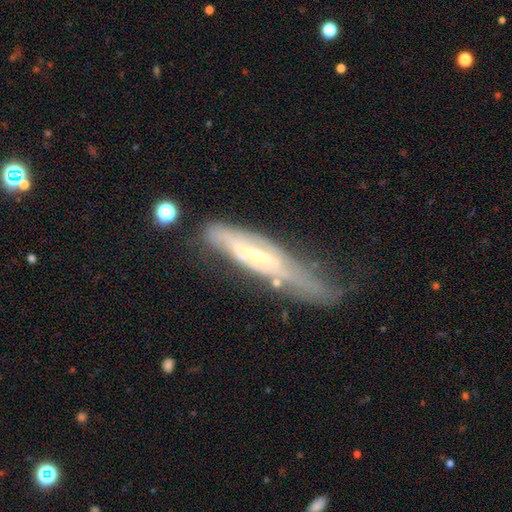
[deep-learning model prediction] This appears to be a featured or disk galaxy (74%). Merging: none (39%).